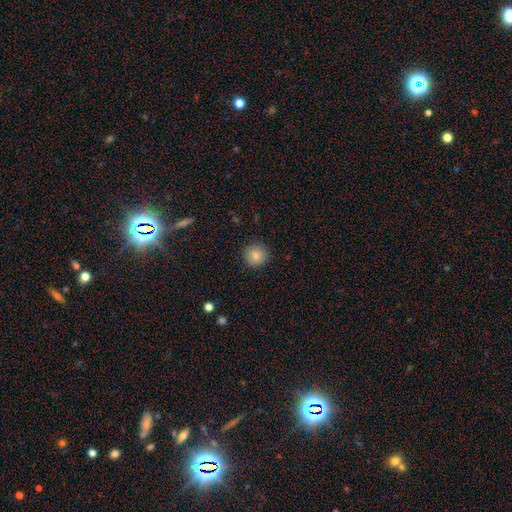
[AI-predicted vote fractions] This is clearly a smooth galaxy (83%). How rounded: clearly round (92%). Merging: clearly none (88%).